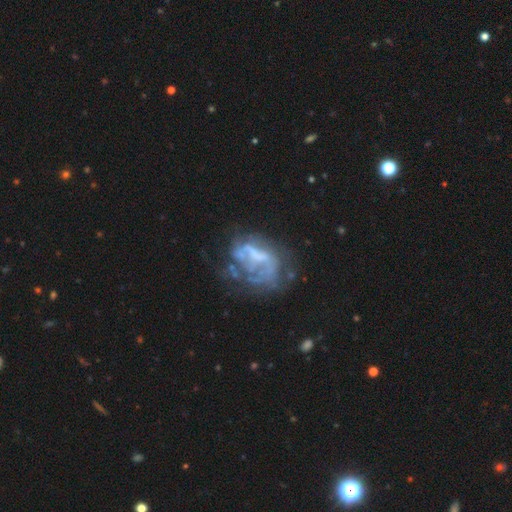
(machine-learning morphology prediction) smooth_or_featured: featured or disk (p=0.68) [alt: smooth p=0.19]
disk_edge_on: no (p=0.97) [alt: yes p=0.03]
bar: no (p=0.58) [alt: weak p=0.28]
has_spiral_arms: no (p=0.65) [alt: yes p=0.35]
bulge_size: none (p=0.56) [alt: small p=0.19]
merging: major disturbance (p=0.37) [alt: none p=0.35]